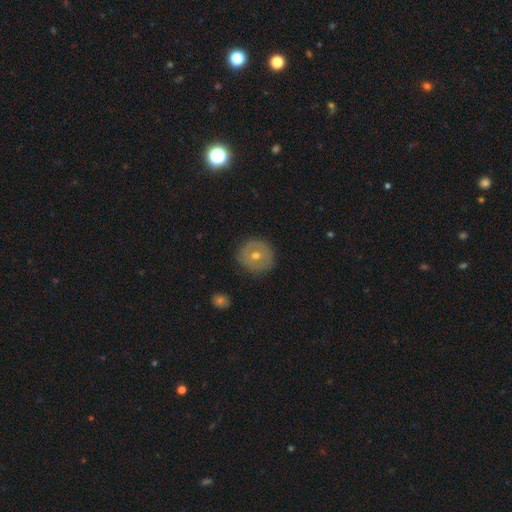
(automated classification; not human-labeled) Morphology: type=smooth (47%); merging=none (88%).